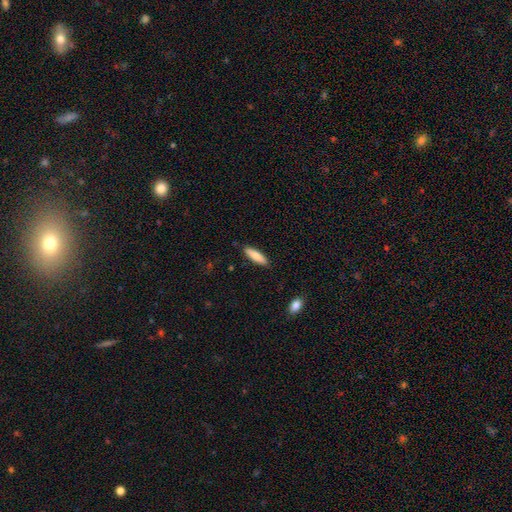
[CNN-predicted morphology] Smooth or featured? Predicted: smooth (p=0.81). How rounded? Predicted: cigar-shaped (p=0.60). Merging? Predicted: none (p=0.88).